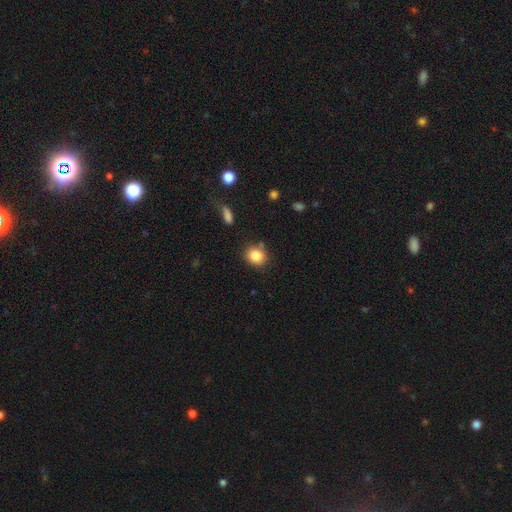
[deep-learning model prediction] A smooth galaxy with no disk features (85%) that is round (70%). Merging: none (81%).